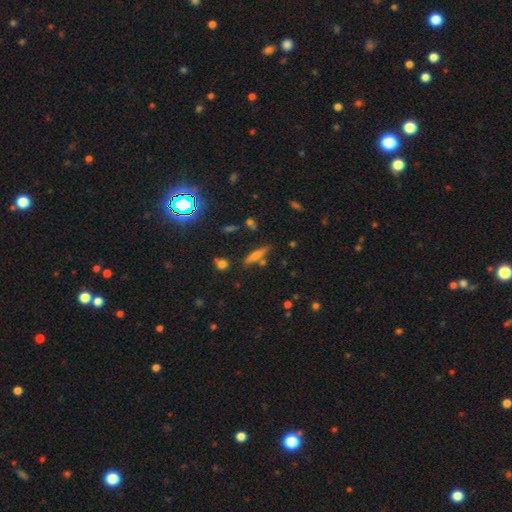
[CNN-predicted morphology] Q: Smooth or featured?
A: smooth (59%); runner-up: featured or disk (28%)
Q: How rounded?
A: cigar-shaped (74%); runner-up: in between (23%)
Q: Merging?
A: none (72%); runner-up: minor disturbance (14%)